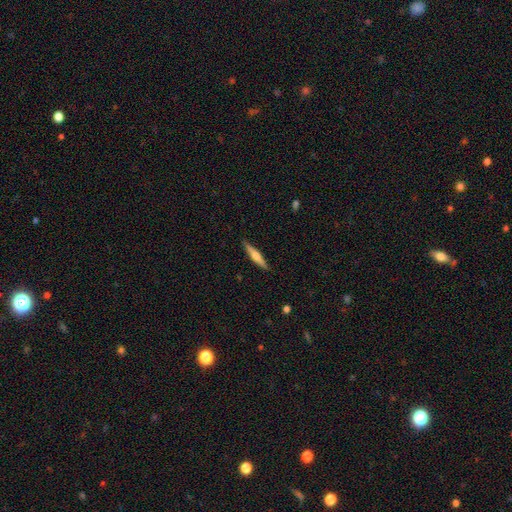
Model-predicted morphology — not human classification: Overall: featured or disk (55%; smooth 40%). Edge-on disk: yes (97%). Edge-on bulge: rounded (82%). Merging: none (90%).